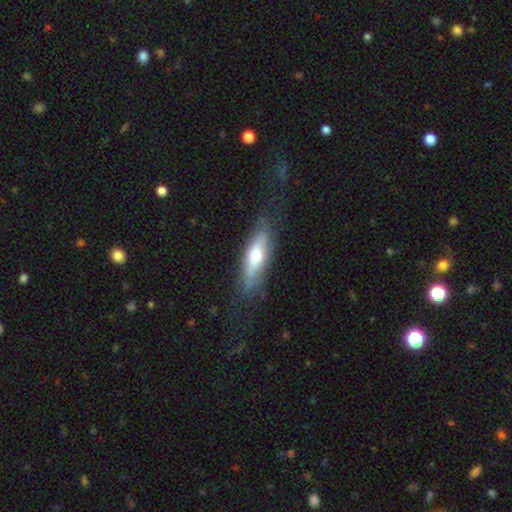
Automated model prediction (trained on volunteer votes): This appears to be a featured or disk galaxy (47%, tied with smooth). Merging: none (70%).